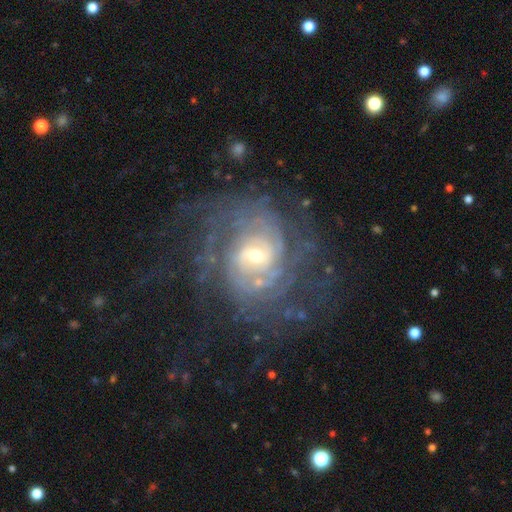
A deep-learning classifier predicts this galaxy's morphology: This is clearly a featured or disk galaxy (89%). It is clearly not viewed edge-on (97%). Bar: marginally no (45%). Spiral arm pattern: clearly yes (97%). Spiral arm count: marginally can't tell (36%). Spiral winding: likely tight (71%). Central bulge: possibly small (50%). Merging: likely none (69%).